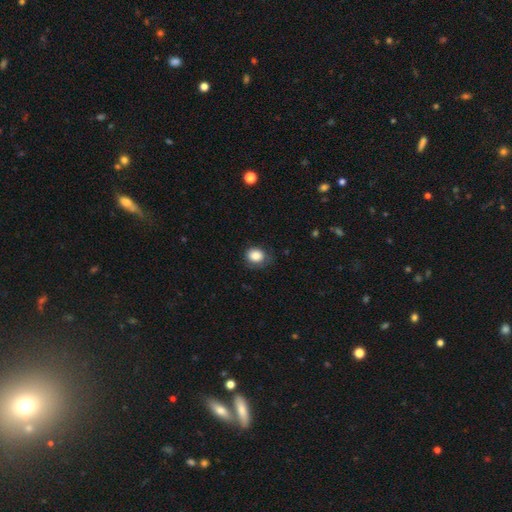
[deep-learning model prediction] smooth_or_featured: smooth (p=0.85) [alt: star or artifact p=0.09]
how_rounded: round (p=0.65) [alt: in between p=0.34]
merging: none (p=0.69) [alt: minor disturbance p=0.23]